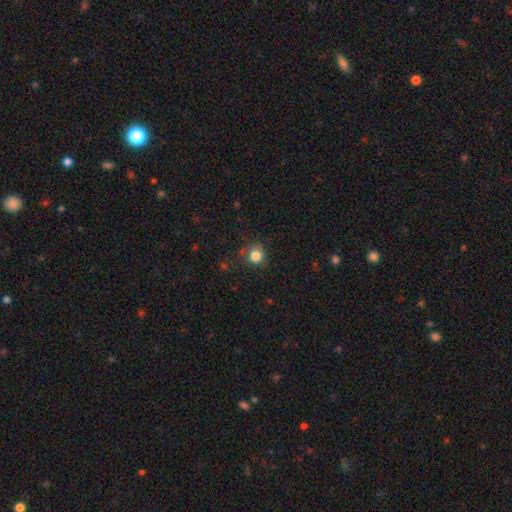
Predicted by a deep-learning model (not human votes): smooth-or-featured: smooth: 82% | star or artifact: 13% | featured or disk: 5%
  how-rounded: round: 89% | in between: 10% | cigar-shaped: 1%
  merging: none: 80% | minor disturbance: 14% | major disturbance: 4% | merger: 2%